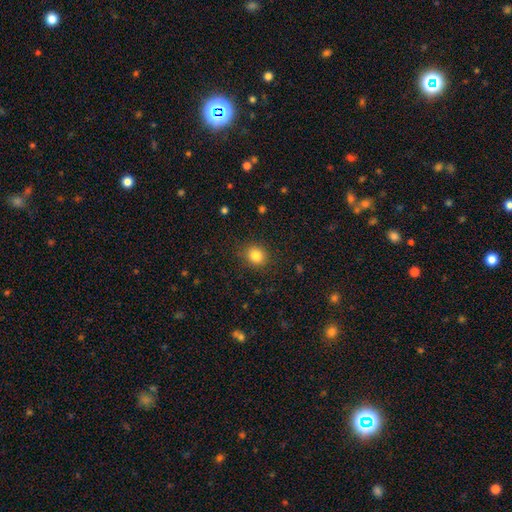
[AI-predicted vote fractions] The model was most divided on "how rounded": round: 76%, in between: 23%, cigar-shaped: 1%. More confident: merging — none (86%); smooth or featured — smooth (84%).